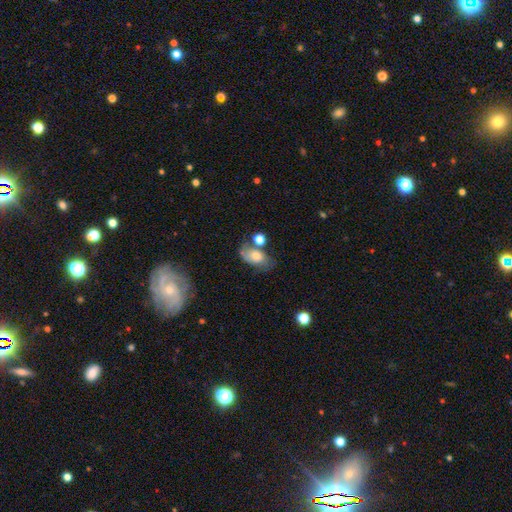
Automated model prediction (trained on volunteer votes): smooth 61%, featured or disk 29%, star or artifact 9%. Down the decision tree: how rounded — in between (84%); merging — none (41%).